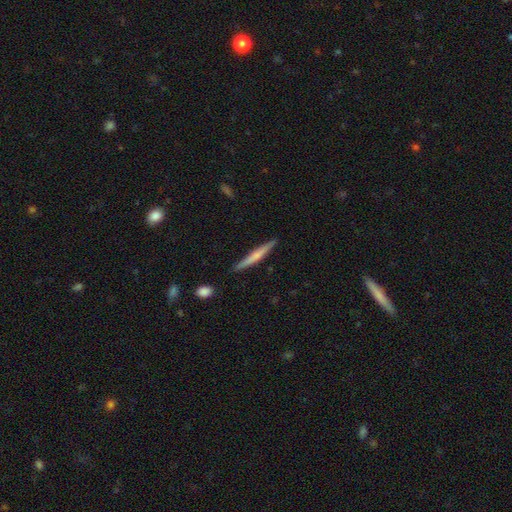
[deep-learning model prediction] smooth-or-featured: smooth: 48% | featured or disk: 46% | star or artifact: 6%
  merging: none: 89% | minor disturbance: 8% | merger: 2% | major disturbance: 2%